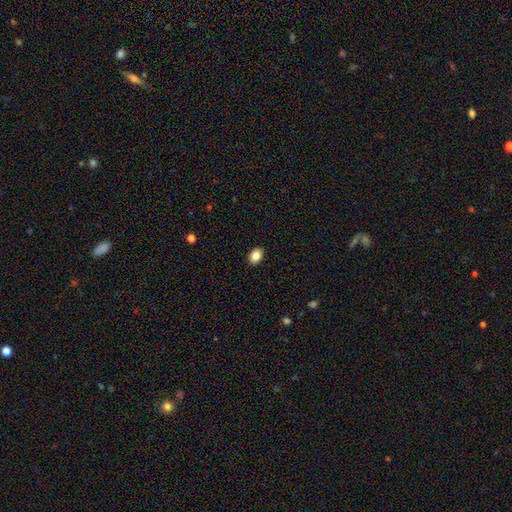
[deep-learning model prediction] This is clearly a smooth galaxy (85%). How rounded: likely in between (79%). Merging: clearly none (90%).